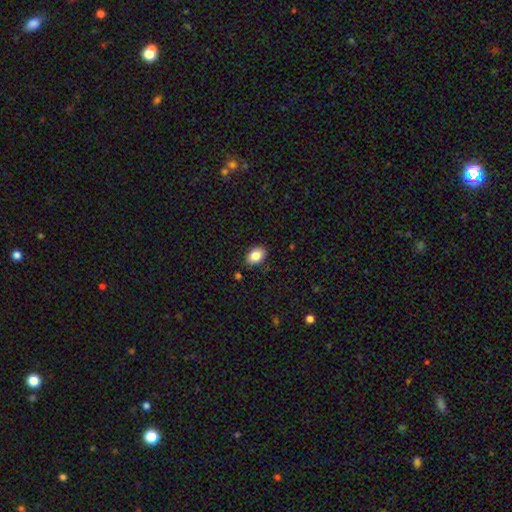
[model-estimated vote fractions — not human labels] smooth_or_featured: smooth (p=0.85) [alt: star or artifact p=0.08]
how_rounded: in between (p=0.82) [alt: round p=0.17]
merging: none (p=0.87) [alt: minor disturbance p=0.10]